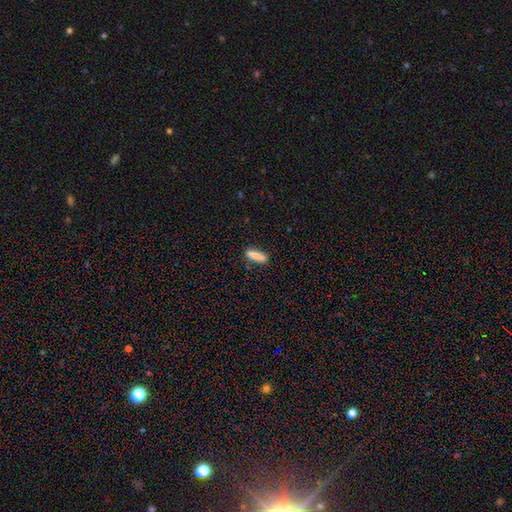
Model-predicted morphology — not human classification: Q: Smooth or featured?
A: smooth (84%); runner-up: featured or disk (9%)
Q: How rounded?
A: cigar-shaped (69%); runner-up: in between (29%)
Q: Merging?
A: none (81%); runner-up: minor disturbance (13%)